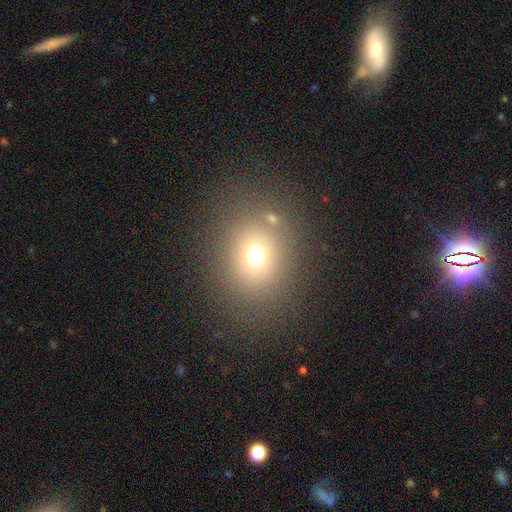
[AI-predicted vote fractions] Smooth or featured: smooth — 69% (star or artifact — 19%)
How rounded: round — 67% (in between — 32%)
Merging: none — 79% (minor disturbance — 10%)